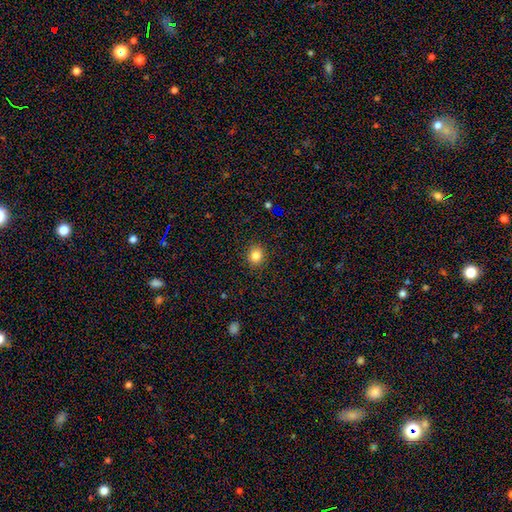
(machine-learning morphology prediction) Smooth or featured? smooth (81%)
How rounded? round (76%)
Merging? none (89%)